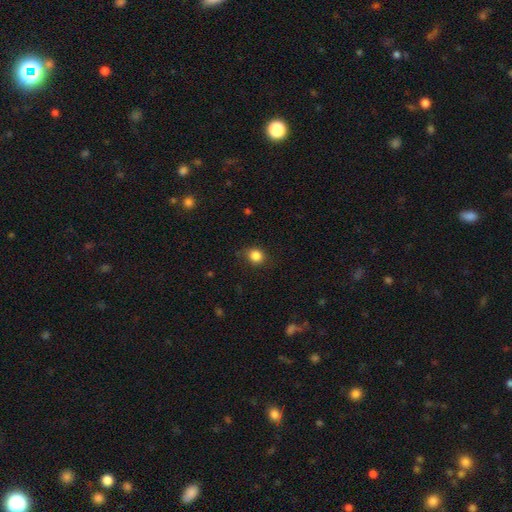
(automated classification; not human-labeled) Smooth or featured? Predicted: smooth (p=0.85). How rounded? Predicted: round (p=0.76). Merging? Predicted: none (p=0.82).